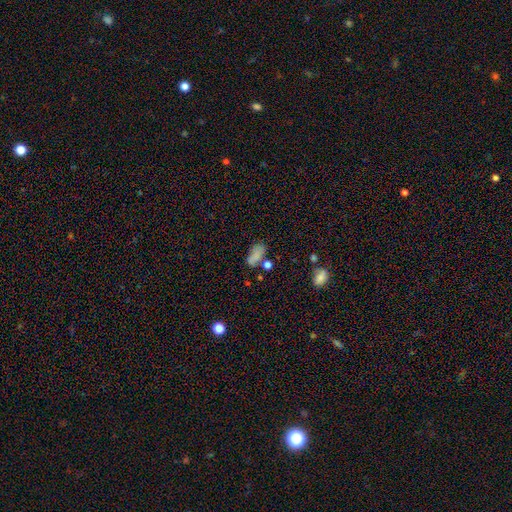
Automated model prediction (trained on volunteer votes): The model was most divided on "merging": none: 51%, minor disturbance: 25%, merger: 13%, major disturbance: 11%. More confident: how rounded — in between (88%); smooth or featured — smooth (76%).